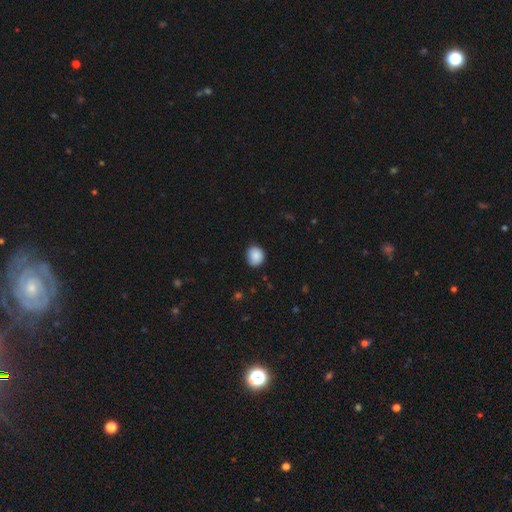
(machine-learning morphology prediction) Smooth or featured?
  - smooth: 88% *
  - star or artifact: 8%
  - featured or disk: 4%
How rounded?
  - round: 70% *
  - in between: 29%
  - cigar-shaped: 1%
Merging?
  - none: 80% *
  - minor disturbance: 16%
  - major disturbance: 3%
  - merger: 1%